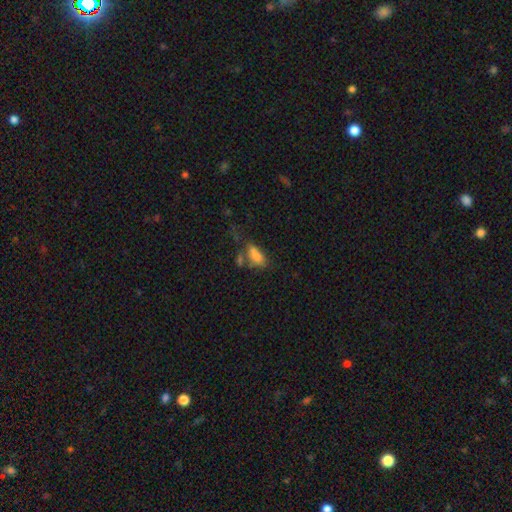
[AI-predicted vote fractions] smooth 73%, featured or disk 15%, star or artifact 12%. Down the decision tree: how rounded — in between (84%); merging — merger (36%).